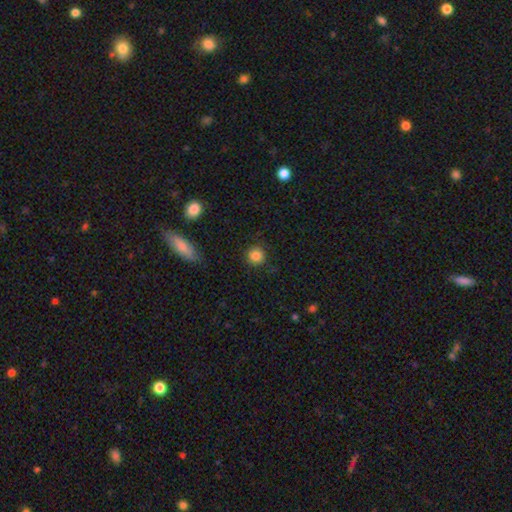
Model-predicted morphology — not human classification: smooth 85%, star or artifact 11%, featured or disk 5%. Down the decision tree: how rounded — round (93%); merging — none (88%).